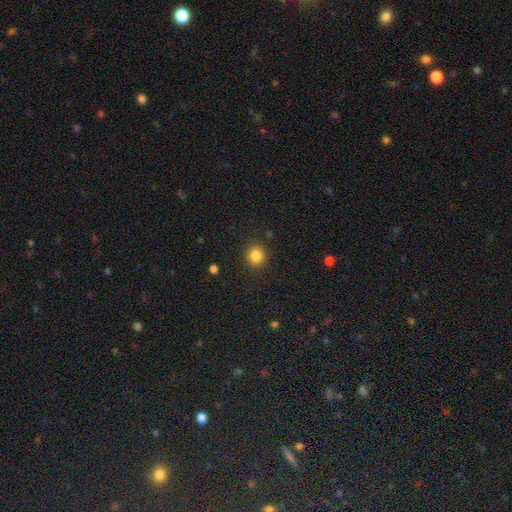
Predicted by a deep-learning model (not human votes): A smooth galaxy with no disk features (84%) that is round (85%).

Vote fractions:
- Smooth or featured? smooth: 84% / star or artifact: 11% / featured or disk: 5%
- How rounded? round: 85% / in between: 14% / cigar-shaped: 1%
- Merging? none: 89% / minor disturbance: 7% / major disturbance: 2% / merger: 1%